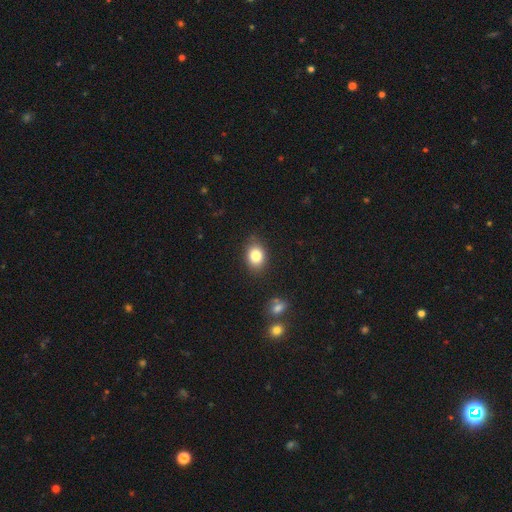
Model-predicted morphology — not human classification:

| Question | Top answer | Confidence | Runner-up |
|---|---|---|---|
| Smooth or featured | smooth | 83% | star or artifact (10%) |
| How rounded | in between | 64% | round (35%) |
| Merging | none | 82% | minor disturbance (13%) |